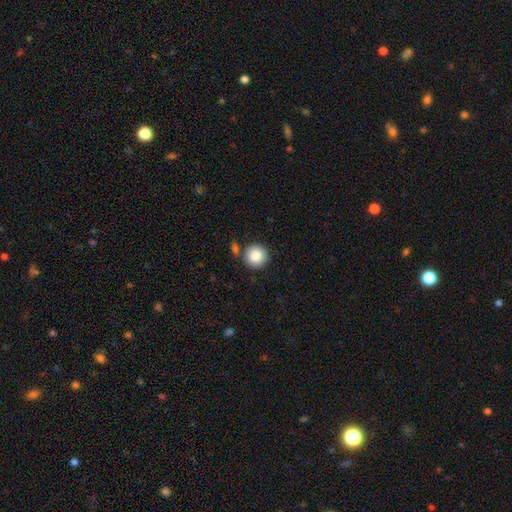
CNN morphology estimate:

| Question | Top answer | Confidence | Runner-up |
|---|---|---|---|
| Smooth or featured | smooth | 86% | star or artifact (8%) |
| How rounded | round | 95% | in between (4%) |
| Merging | none | 83% | minor disturbance (8%) |